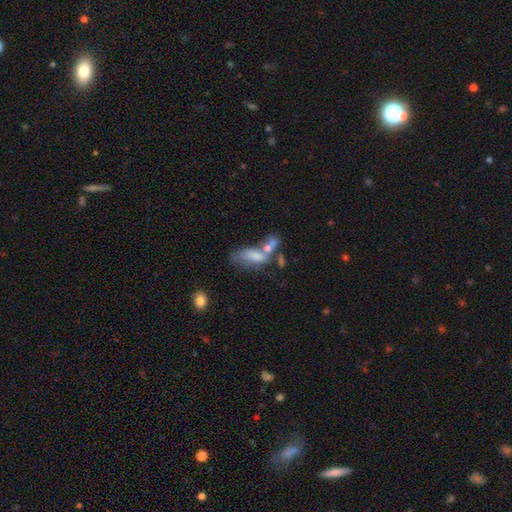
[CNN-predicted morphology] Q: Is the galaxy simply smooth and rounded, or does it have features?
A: smooth — 54%.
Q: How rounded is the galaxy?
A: in between — 66%.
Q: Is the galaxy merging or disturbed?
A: merger — 49%.